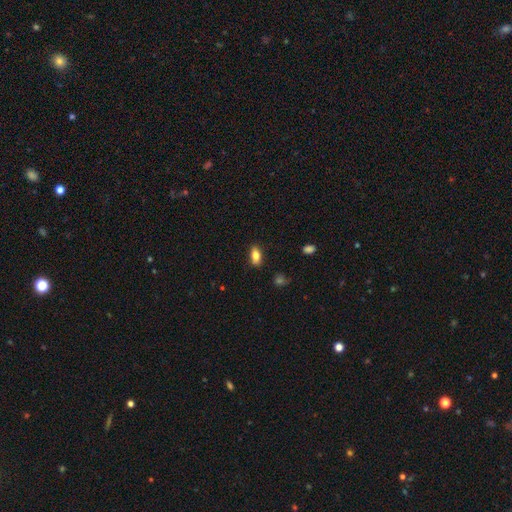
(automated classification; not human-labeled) Smooth or featured?
  - smooth: 81% *
  - featured or disk: 11%
  - star or artifact: 8%
How rounded?
  - in between: 87% *
  - cigar-shaped: 8%
  - round: 5%
Merging?
  - none: 85% *
  - minor disturbance: 11%
  - major disturbance: 2%
  - merger: 2%